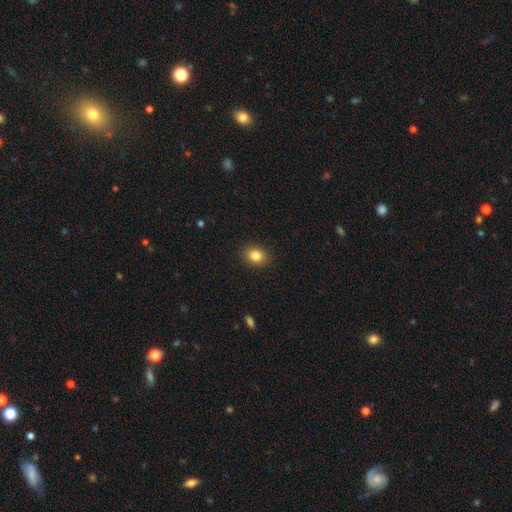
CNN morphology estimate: Smooth or featured? smooth (84%)
How rounded? in between (55%)
Merging? none (90%)